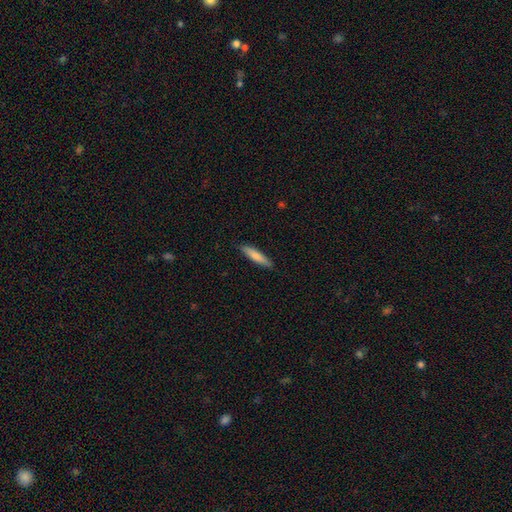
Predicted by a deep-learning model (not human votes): A smooth galaxy with no disk features (78%) that is cigar-shaped (86%). Merging: none (89%).